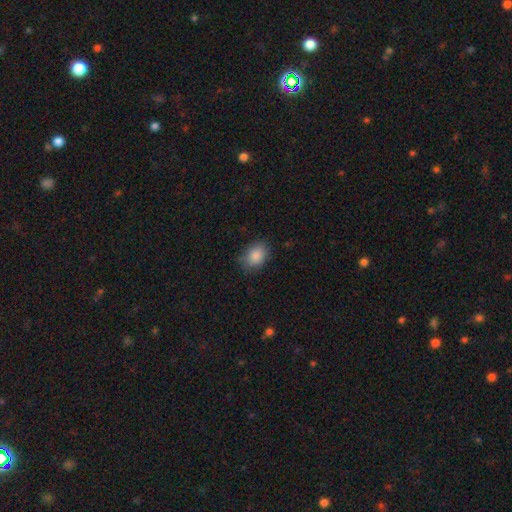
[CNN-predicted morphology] Smooth or featured: smooth — 87% (star or artifact — 8%)
How rounded: in between — 69% (round — 30%)
Merging: none — 77% (minor disturbance — 18%)